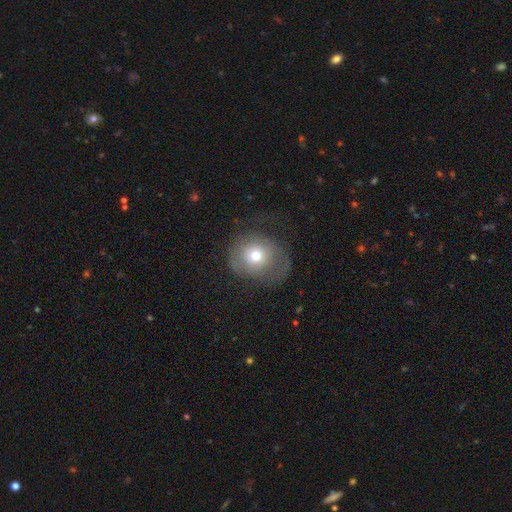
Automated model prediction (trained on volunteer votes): Smooth or featured? smooth (62%)
How rounded? round (74%)
Merging? none (46%)